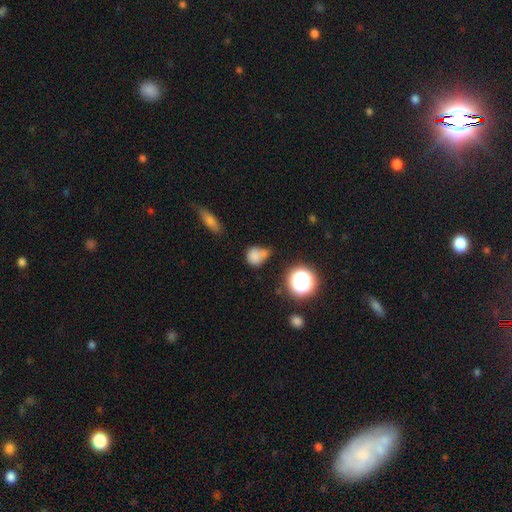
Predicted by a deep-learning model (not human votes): Overall: smooth (75%). How rounded: round (62%; in between 36%). Merging: none (40%; minor disturbance 28%).